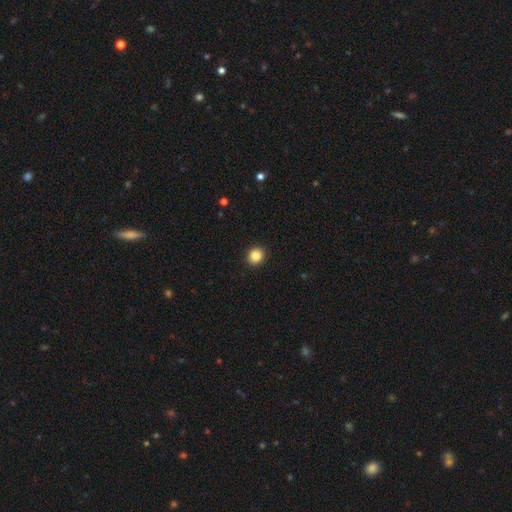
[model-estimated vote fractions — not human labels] smooth-or-featured: smooth: 87% | star or artifact: 10% | featured or disk: 3%
  how-rounded: round: 84% | in between: 15% | cigar-shaped: 1%
  merging: none: 92% | minor disturbance: 6% | major disturbance: 2% | merger: 1%